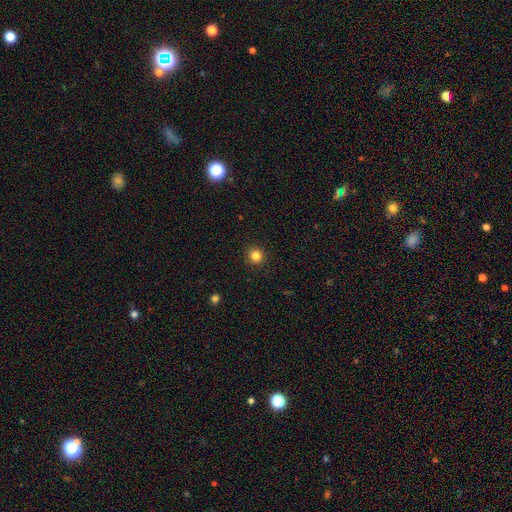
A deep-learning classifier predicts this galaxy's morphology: Smooth or featured?
  - smooth: 83% *
  - star or artifact: 12%
  - featured or disk: 5%
How rounded?
  - round: 93% *
  - in between: 6%
  - cigar-shaped: 1%
Merging?
  - none: 92% *
  - minor disturbance: 5%
  - major disturbance: 2%
  - merger: 1%